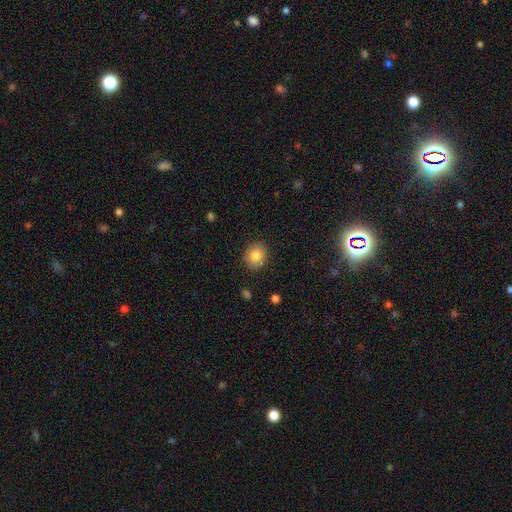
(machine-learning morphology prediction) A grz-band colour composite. It shows a smooth galaxy with no disk features (83%) that is round (72%). Merging: none (89%).